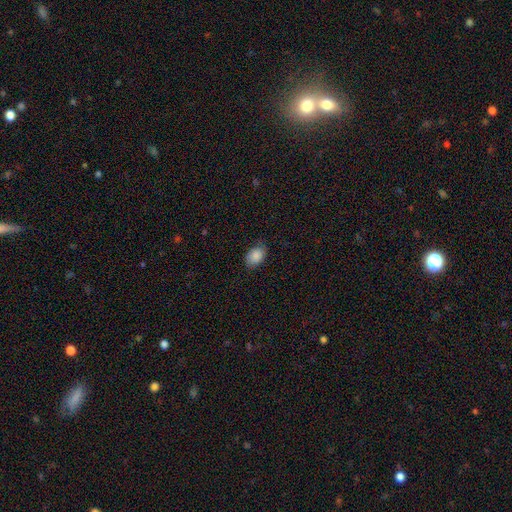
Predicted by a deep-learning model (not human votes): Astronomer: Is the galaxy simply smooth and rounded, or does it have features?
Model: smooth — 87%.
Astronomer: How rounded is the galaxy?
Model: in between — 83%.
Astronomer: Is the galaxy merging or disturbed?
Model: none — 76%.